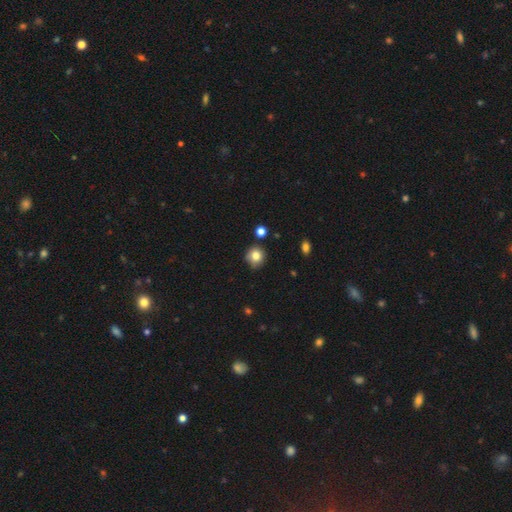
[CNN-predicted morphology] A smooth galaxy with no disk features (81%) that is round (87%).

Vote fractions:
- Smooth or featured? smooth: 81% / star or artifact: 11% / featured or disk: 8%
- How rounded? round: 87% / in between: 12% / cigar-shaped: 1%
- Merging? none: 78% / minor disturbance: 15% / merger: 4% / major disturbance: 3%